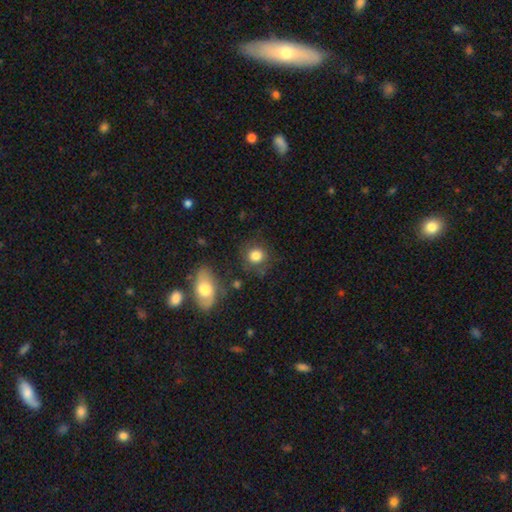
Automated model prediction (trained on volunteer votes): Overall: smooth (81%). How rounded: round (84%). Merging: none (78%).